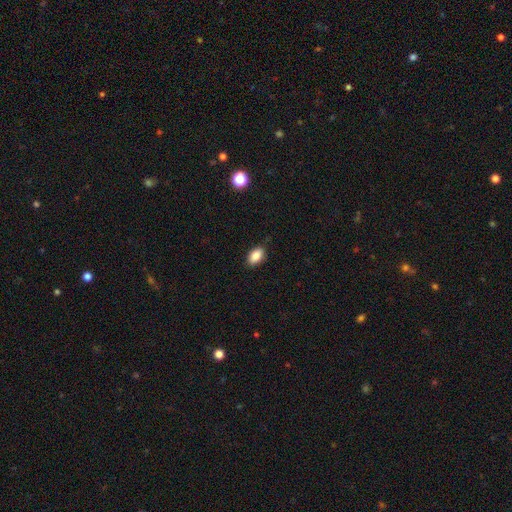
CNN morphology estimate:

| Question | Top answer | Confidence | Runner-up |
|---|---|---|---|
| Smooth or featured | smooth | 87% | star or artifact (8%) |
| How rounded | in between | 91% | round (7%) |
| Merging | none | 86% | minor disturbance (11%) |